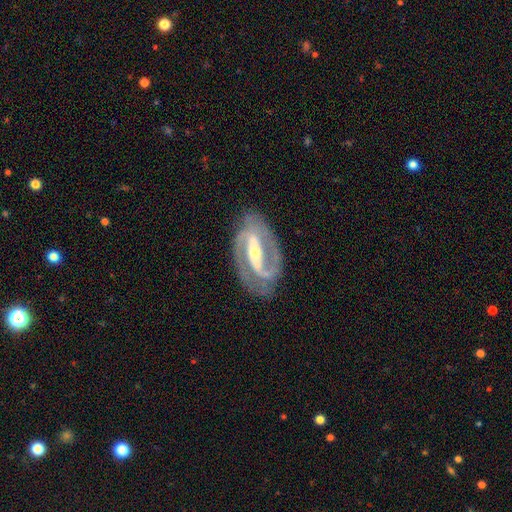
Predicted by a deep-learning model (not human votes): Smooth or featured: featured or disk — 91% (smooth — 5%)
Edge-on disk: no — 95% (yes — 5%)
Bar: strong — 68% (weak — 23%)
Spiral arms: yes — 96% (no — 4%)
Spiral winding: medium — 49% (tight — 38%)
Spiral arm count: 2 — 90% (can't tell — 3%)
Bulge size: small — 49% (moderate — 46%)
Merging: none — 80% (minor disturbance — 13%)